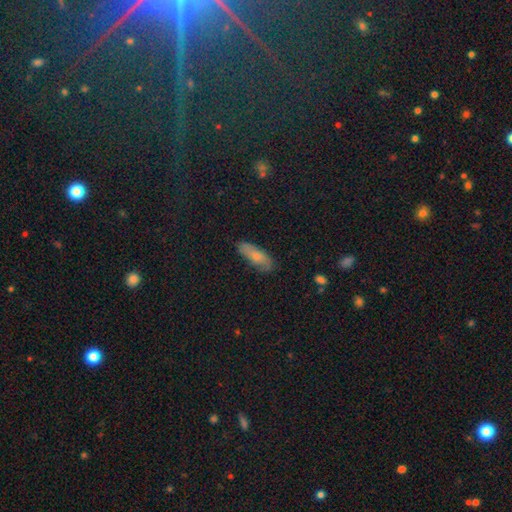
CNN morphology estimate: Smooth or featured: smooth — 72% (featured or disk — 21%)
How rounded: in between — 63% (cigar-shaped — 34%)
Merging: none — 78% (minor disturbance — 17%)